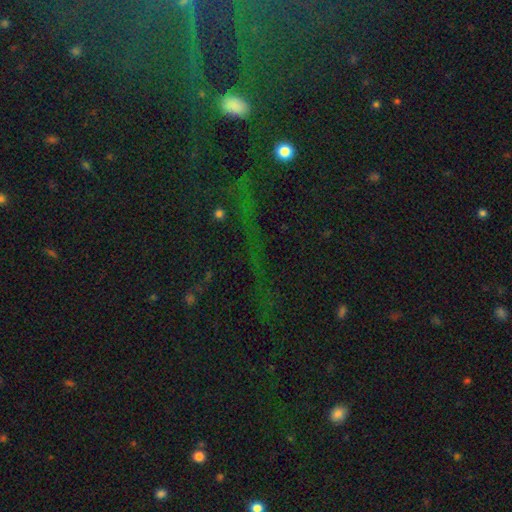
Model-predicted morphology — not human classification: smooth-or-featured: star or artifact: 74% | smooth: 14% | featured or disk: 12%